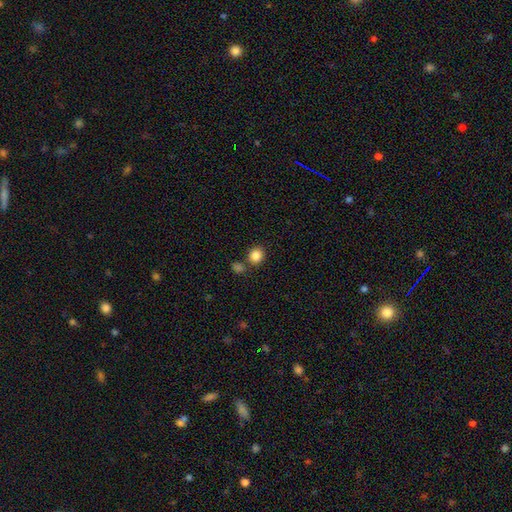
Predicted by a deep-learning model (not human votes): A smooth galaxy with no disk features (85%) that is round (81%). Merging: none (74%).